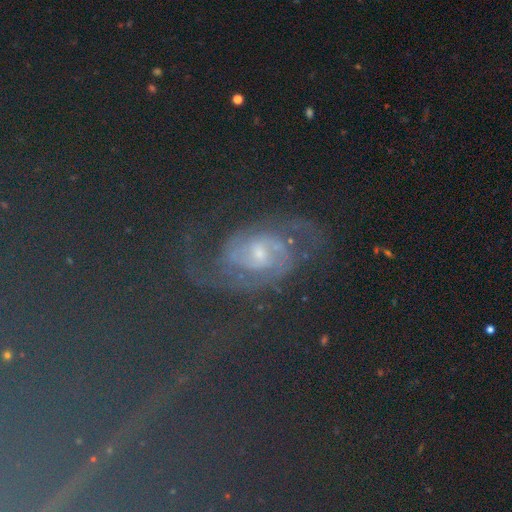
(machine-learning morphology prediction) This is marginally a featured or disk galaxy (43%). Merging: likely none (74%).